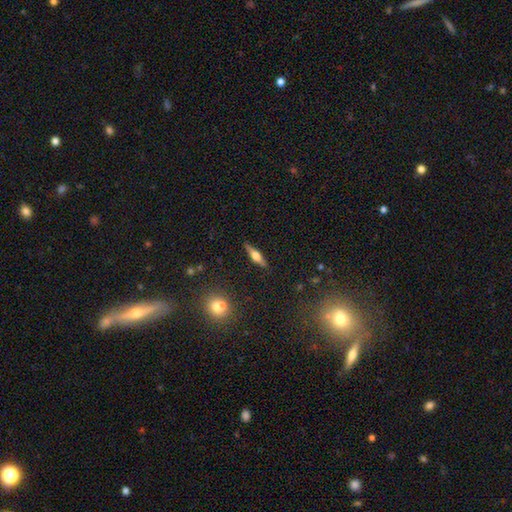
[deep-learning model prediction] Smooth or featured?
  - featured or disk: 64% *
  - smooth: 29%
  - star or artifact: 7%
Edge-on disk?
  - yes: 96% *
  - no: 4%
Edge-on bulge?
  - rounded: 92% *
  - boxy: 6%
  - none: 2%
Merging?
  - none: 89% *
  - minor disturbance: 8%
  - major disturbance: 2%
  - merger: 2%